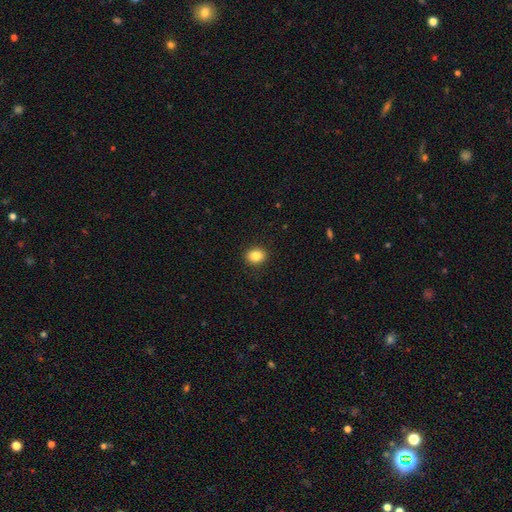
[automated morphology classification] Q: Smooth or featured?
A: smooth (86%); runner-up: star or artifact (9%)
Q: How rounded?
A: round (53%); runner-up: in between (46%)
Q: Merging?
A: none (91%); runner-up: minor disturbance (7%)